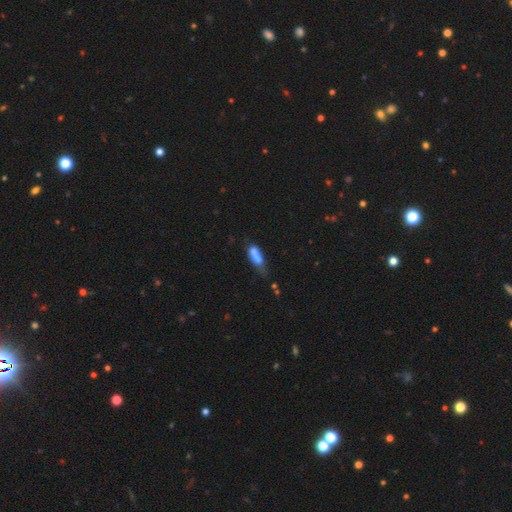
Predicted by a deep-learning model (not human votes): Smooth or featured: smooth — 75% (featured or disk — 16%)
How rounded: in between — 54% (cigar-shaped — 44%)
Merging: minor disturbance — 36% (none — 31%)